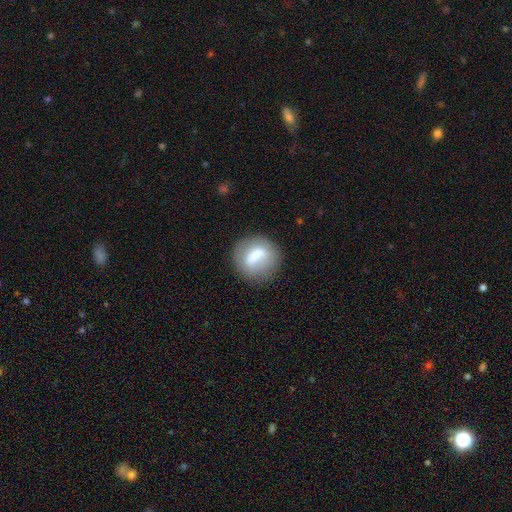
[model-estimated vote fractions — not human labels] Smooth or featured? smooth (61%)
How rounded? round (74%)
Merging? none (70%)